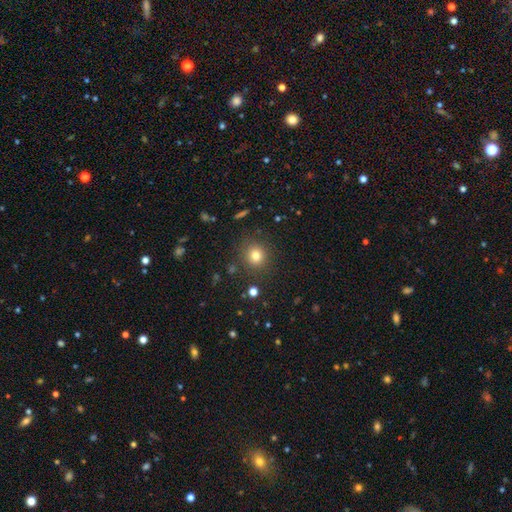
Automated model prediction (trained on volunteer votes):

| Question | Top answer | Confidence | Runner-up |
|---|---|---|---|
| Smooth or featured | smooth | 78% | star or artifact (14%) |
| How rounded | round | 88% | in between (11%) |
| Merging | none | 87% | minor disturbance (8%) |